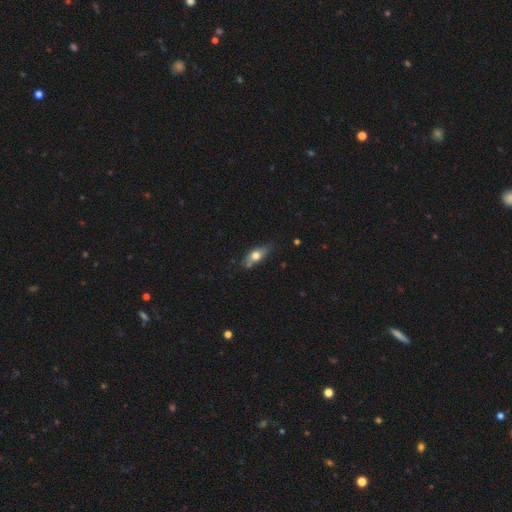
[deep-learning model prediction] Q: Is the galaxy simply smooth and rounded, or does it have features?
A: smooth — 59%.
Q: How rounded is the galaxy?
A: in between — 69%.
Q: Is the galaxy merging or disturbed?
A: none — 67%.